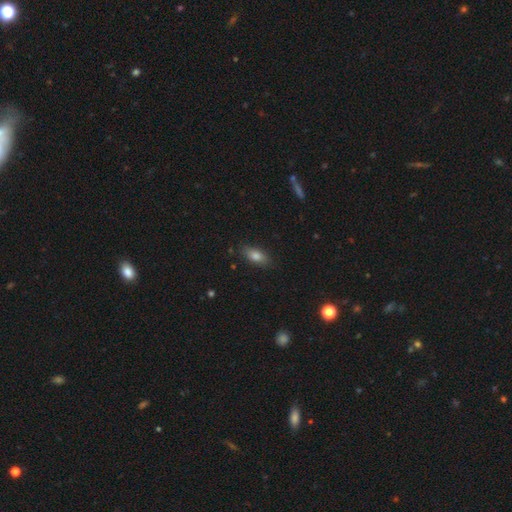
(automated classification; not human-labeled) smooth_or_featured: smooth (p=0.79) [alt: featured or disk p=0.12]
how_rounded: in between (p=0.82) [alt: cigar-shaped p=0.13]
merging: none (p=0.85) [alt: minor disturbance p=0.11]